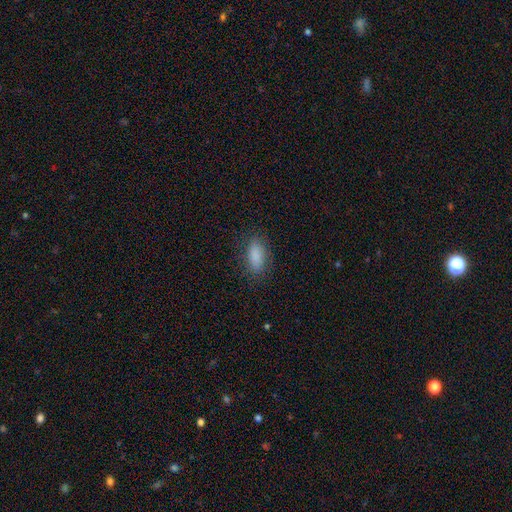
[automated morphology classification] A smooth galaxy with no disk features (87%) that is in between round and cigar-shaped (85%). Merging: none (83%).